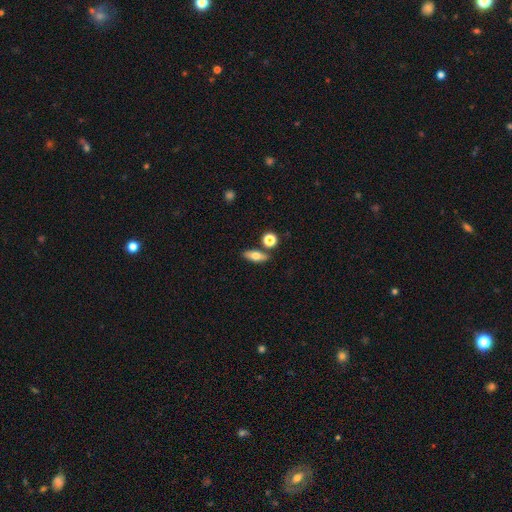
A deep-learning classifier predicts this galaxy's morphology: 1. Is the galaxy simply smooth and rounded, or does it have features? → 69% smooth, 23% featured or disk, 8% star or artifact.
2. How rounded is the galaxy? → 67% in between, 26% cigar-shaped, 7% round.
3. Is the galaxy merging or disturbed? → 79% none, 10% minor disturbance, 8% merger, 3% major disturbance.